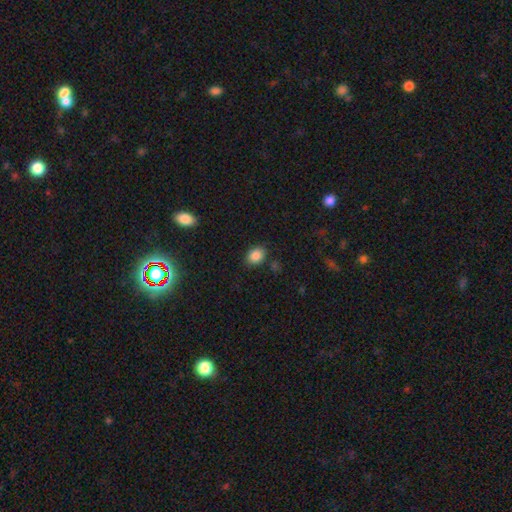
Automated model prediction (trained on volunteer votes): The model was most divided on "how rounded": in between: 58%, round: 41%, cigar-shaped: 1%. More confident: smooth or featured — smooth (86%); merging — none (81%).